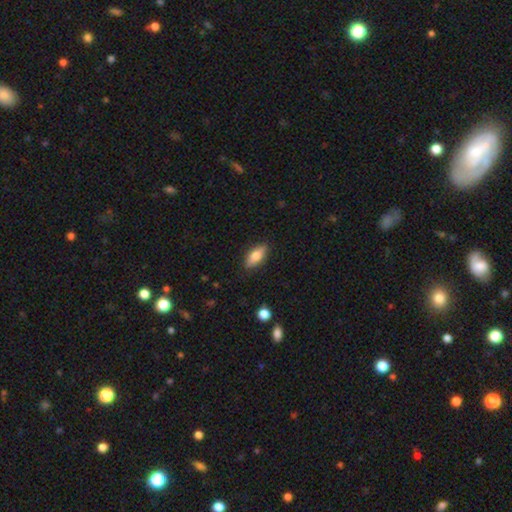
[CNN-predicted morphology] Smooth or featured? Predicted: smooth (p=0.72). How rounded? Predicted: in between (p=0.77). Merging? Predicted: none (p=0.86).